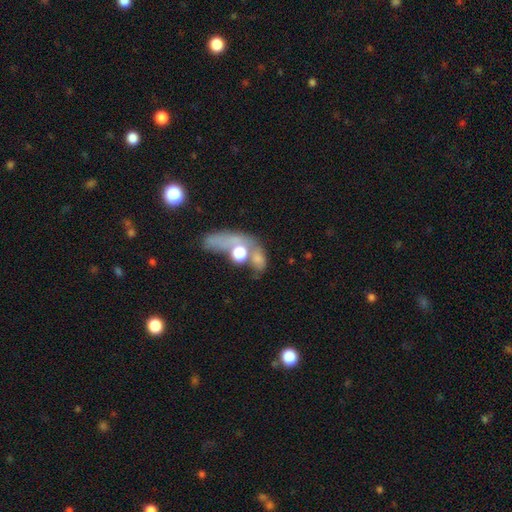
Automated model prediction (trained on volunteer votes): smooth-or-featured: smooth: 50% | featured or disk: 29% | star or artifact: 20%
  how-rounded: in between: 53% | round: 38% | cigar-shaped: 9%
  merging: merger: 36% | none: 28% | major disturbance: 22% | minor disturbance: 13%